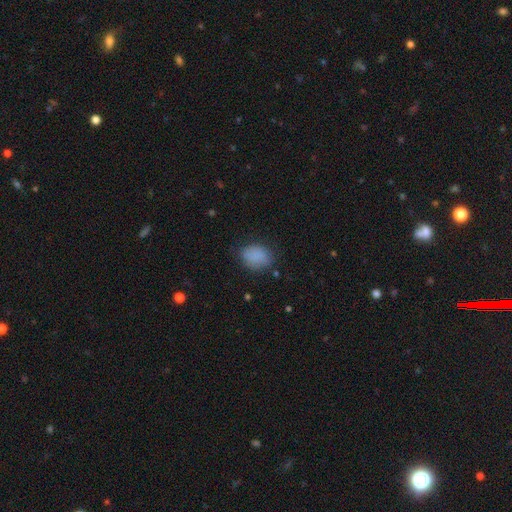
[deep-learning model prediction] smooth 85%, star or artifact 9%, featured or disk 5%. Down the decision tree: how rounded — in between (66%); merging — none (74%).